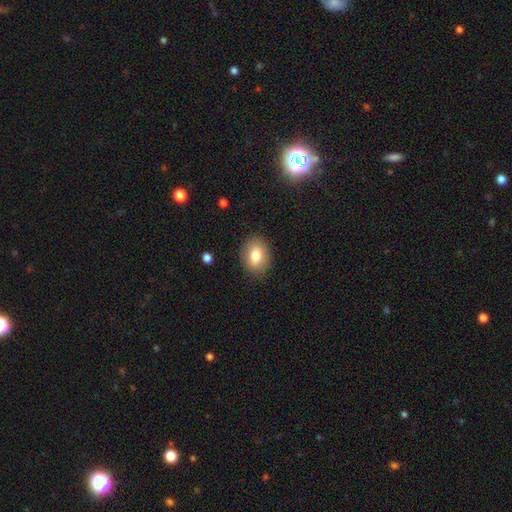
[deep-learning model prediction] Smooth or featured? Predicted: smooth (p=0.79). How rounded? Predicted: in between (p=0.64). Merging? Predicted: none (p=0.87).